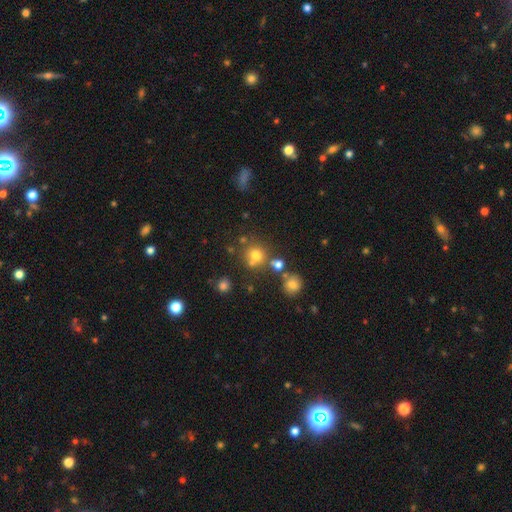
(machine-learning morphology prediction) type=smooth (72%); roundness=round (89%); merging=none (65%).